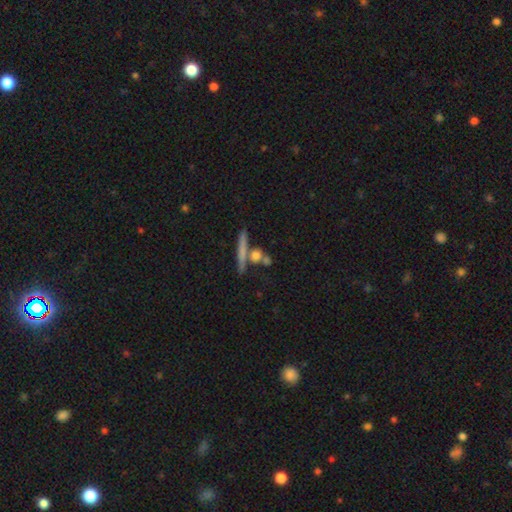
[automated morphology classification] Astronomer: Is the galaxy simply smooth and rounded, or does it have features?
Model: smooth — 64%.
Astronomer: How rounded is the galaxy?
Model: round — 48% (runner-up: cigar-shaped, 36%).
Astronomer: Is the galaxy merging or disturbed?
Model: none — 62%.